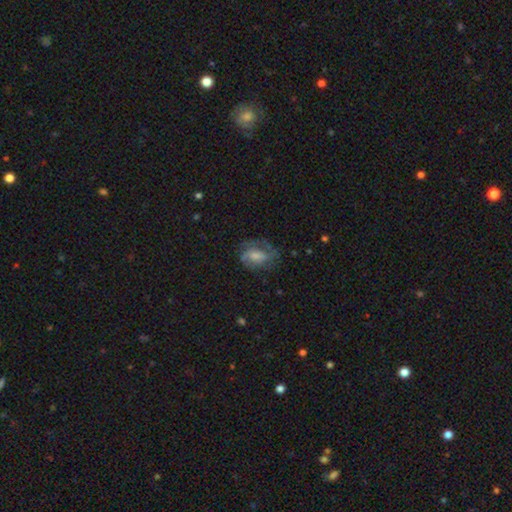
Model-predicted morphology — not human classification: This appears to be a featured or disk galaxy (62%) with no bar (50%), 2 (49%) medium (44%) spiral arms (85%) and a moderate central bulge (43%). Merging: none (63%).